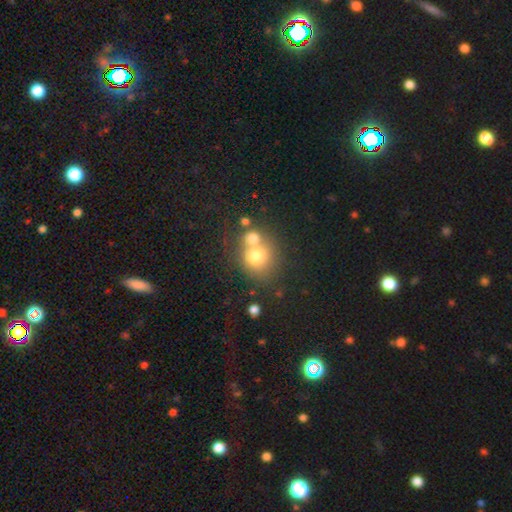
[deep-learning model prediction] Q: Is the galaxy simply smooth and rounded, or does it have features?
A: smooth — 72%.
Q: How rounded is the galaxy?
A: round — 79%.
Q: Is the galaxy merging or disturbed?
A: merger — 51%.